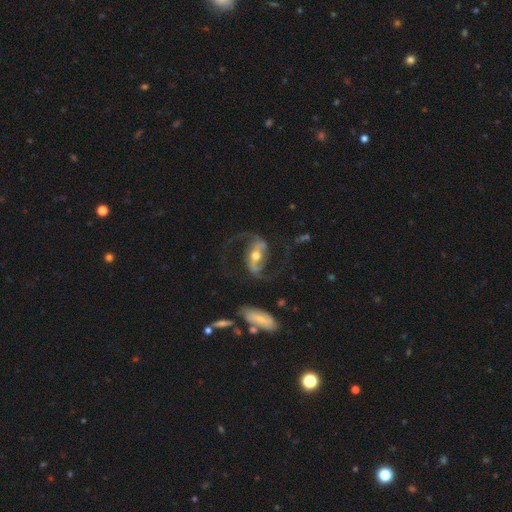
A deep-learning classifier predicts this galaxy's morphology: Smooth or featured?
  - featured or disk: 89% *
  - smooth: 6%
  - star or artifact: 5%
Edge-on disk?
  - no: 96% *
  - yes: 4%
Bar?
  - strong: 51% *
  - weak: 32%
  - no: 17%
Spiral arms?
  - yes: 96% *
  - no: 4%
Spiral winding?
  - loose: 53% *
  - medium: 39%
  - tight: 7%
Spiral arm count?
  - 2: 93% *
  - 1: 2%
  - can't tell: 2%
  - 3: 1%
  - 4: 1%
  - more than 4: 1%
Bulge size?
  - moderate: 66% *
  - small: 25%
  - large: 6%
  - none: 1%
  - dominant: 1%
Merging?
  - none: 70% *
  - major disturbance: 14%
  - minor disturbance: 13%
  - merger: 4%